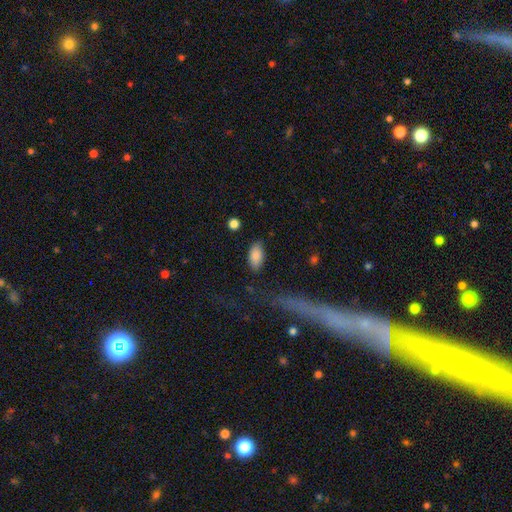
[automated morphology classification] The model was most divided on "merging": none: 79%, minor disturbance: 14%, major disturbance: 4%, merger: 2%. More confident: how rounded — in between (93%); smooth or featured — smooth (88%).